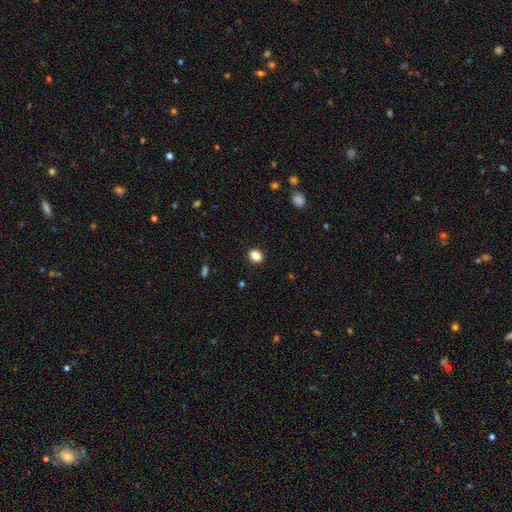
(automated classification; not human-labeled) Morphology: type=smooth (86%); roundness=in between (55%); merging=none (90%).